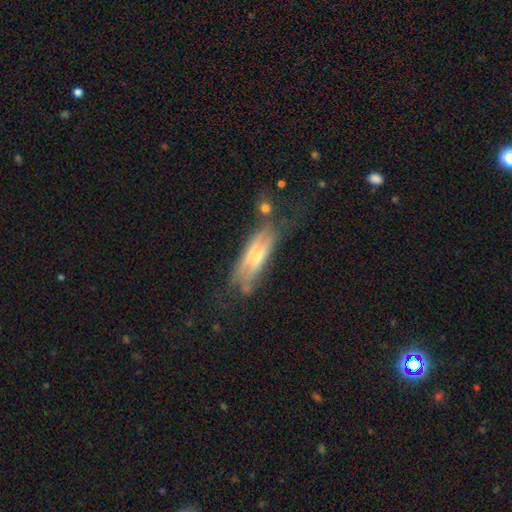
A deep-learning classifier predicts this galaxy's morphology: This appears to be a featured or disk galaxy (63%) viewed edge-on (72%). Merging: none (52%).